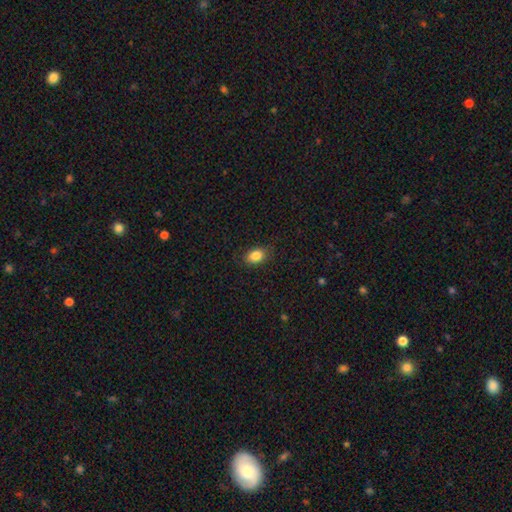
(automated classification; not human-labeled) A smooth galaxy with no disk features (86%) that is in between round and cigar-shaped (82%).

Vote fractions:
- Smooth or featured? smooth: 86% / star or artifact: 9% / featured or disk: 5%
- How rounded? in between: 82% / round: 17% / cigar-shaped: 2%
- Merging? none: 85% / minor disturbance: 12% / major disturbance: 3% / merger: 1%